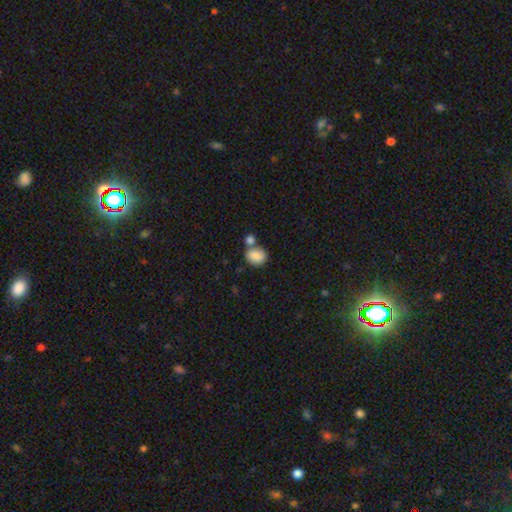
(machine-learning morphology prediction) Overall: smooth (85%). How rounded: round (58%; in between 41%). Merging: none (46%; merger 37%).